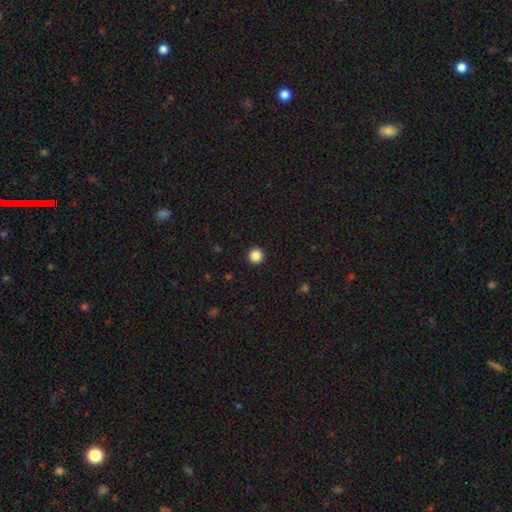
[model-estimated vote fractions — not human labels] Smooth or featured? smooth (86%)
How rounded? round (96%)
Merging? none (94%)